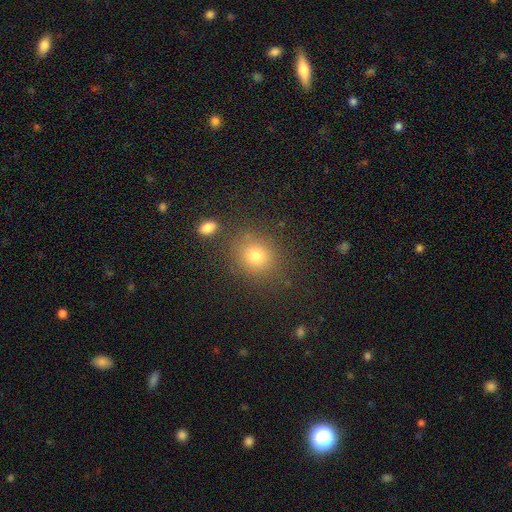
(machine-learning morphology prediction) Smooth or featured? smooth (78%)
How rounded? round (72%)
Merging? none (80%)